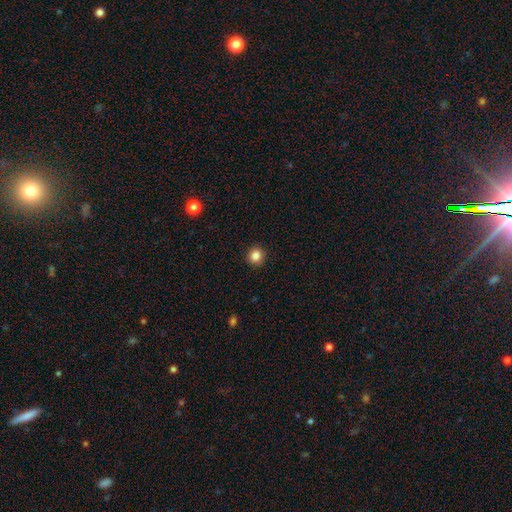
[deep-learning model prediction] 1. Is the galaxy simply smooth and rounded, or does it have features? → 85% smooth, 11% star or artifact, 4% featured or disk.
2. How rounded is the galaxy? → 89% round, 10% in between, 1% cigar-shaped.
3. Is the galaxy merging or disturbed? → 92% none, 5% minor disturbance, 2% major disturbance, 1% merger.